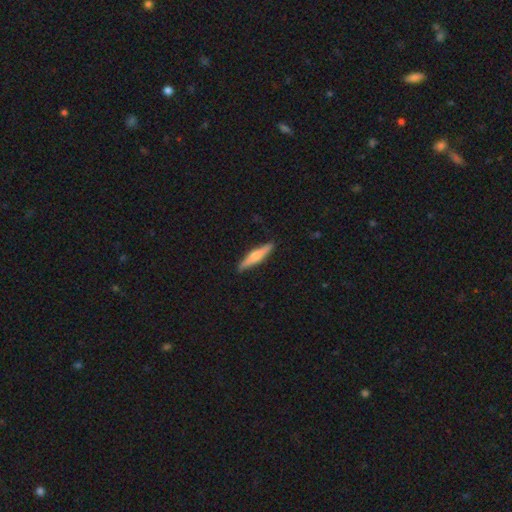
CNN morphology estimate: featured or disk 49%, smooth 46%, star or artifact 6%. Down the decision tree: merging — none (89%).